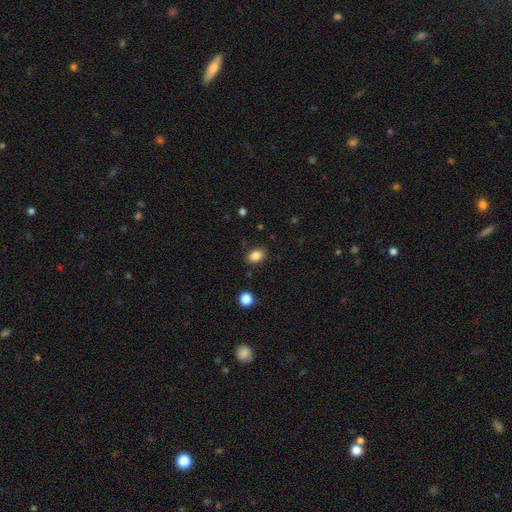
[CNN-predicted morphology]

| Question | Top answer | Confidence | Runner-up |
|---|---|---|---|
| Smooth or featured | smooth | 85% | star or artifact (9%) |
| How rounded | in between | 81% | round (18%) |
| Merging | none | 85% | minor disturbance (11%) |